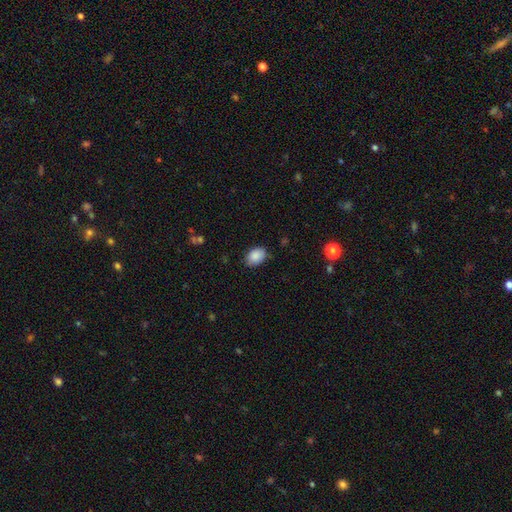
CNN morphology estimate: smooth_or_featured: smooth (p=0.89) [alt: star or artifact p=0.07]
how_rounded: in between (p=0.84) [alt: round p=0.15]
merging: none (p=0.80) [alt: minor disturbance p=0.16]